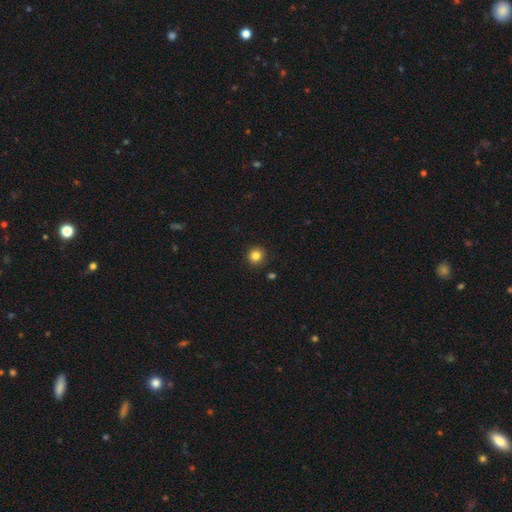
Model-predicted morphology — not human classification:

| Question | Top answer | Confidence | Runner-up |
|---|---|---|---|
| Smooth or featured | smooth | 84% | star or artifact (12%) |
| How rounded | round | 95% | in between (5%) |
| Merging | none | 92% | minor disturbance (5%) |